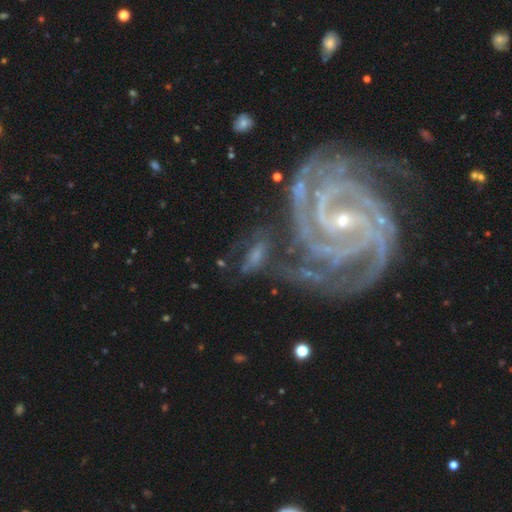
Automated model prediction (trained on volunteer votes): This appears to be a featured or disk galaxy (66%) with no bar (44%), 2 (40%) tight (53%) spiral arms (87%) and a small central bulge (53%). Merging: none (51%).